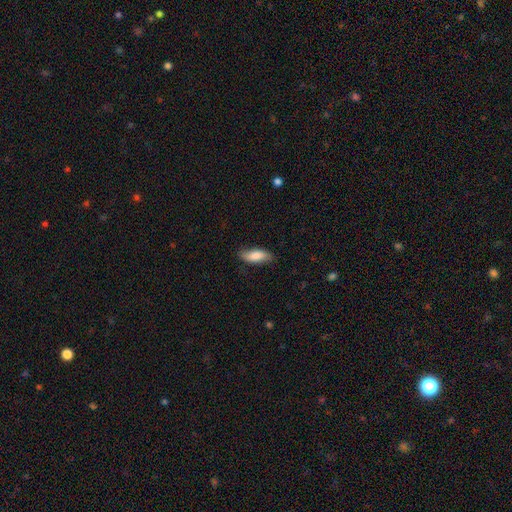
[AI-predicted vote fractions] Q: Smooth or featured?
A: smooth (80%); runner-up: featured or disk (14%)
Q: How rounded?
A: in between (73%); runner-up: cigar-shaped (25%)
Q: Merging?
A: none (79%); runner-up: minor disturbance (17%)